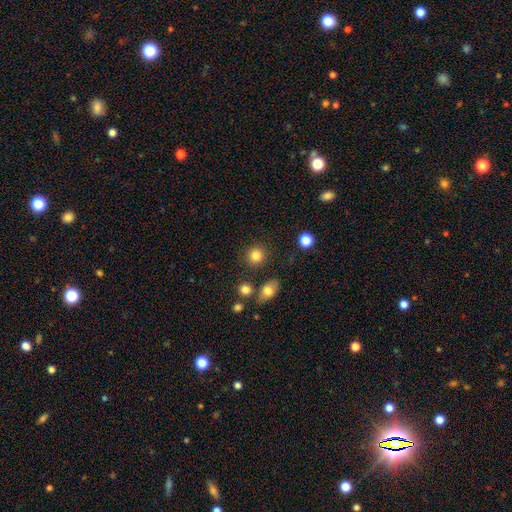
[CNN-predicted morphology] The model was most divided on "smooth or featured": smooth: 84%, star or artifact: 10%, featured or disk: 6%. More confident: how rounded — round (88%); merging — none (85%).